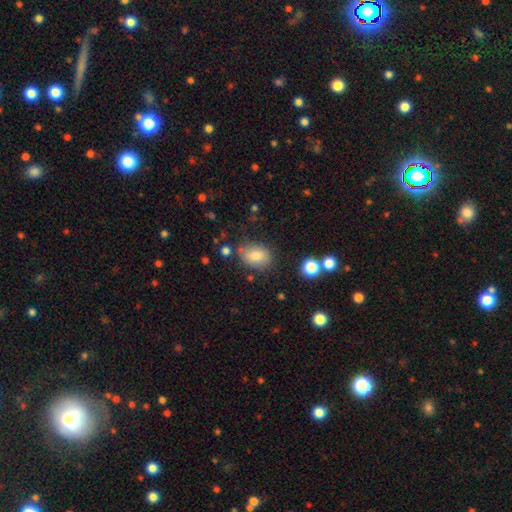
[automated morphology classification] This is clearly a smooth galaxy (81%). How rounded: likely in between (74%). Merging: likely none (75%).